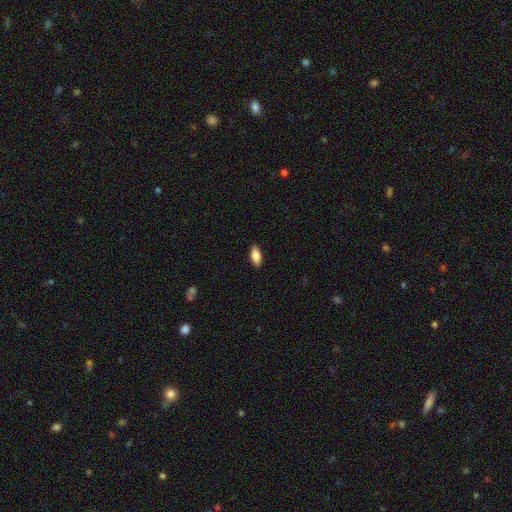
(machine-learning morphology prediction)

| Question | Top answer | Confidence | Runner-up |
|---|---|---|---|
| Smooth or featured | smooth | 83% | featured or disk (10%) |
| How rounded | in between | 86% | cigar-shaped (12%) |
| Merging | none | 89% | minor disturbance (8%) |